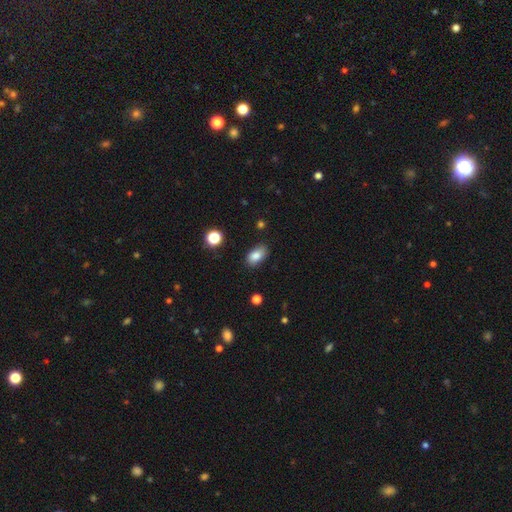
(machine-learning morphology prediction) Smooth or featured? Predicted: smooth (p=0.84). How rounded? Predicted: in between (p=0.90). Merging? Predicted: none (p=0.78).